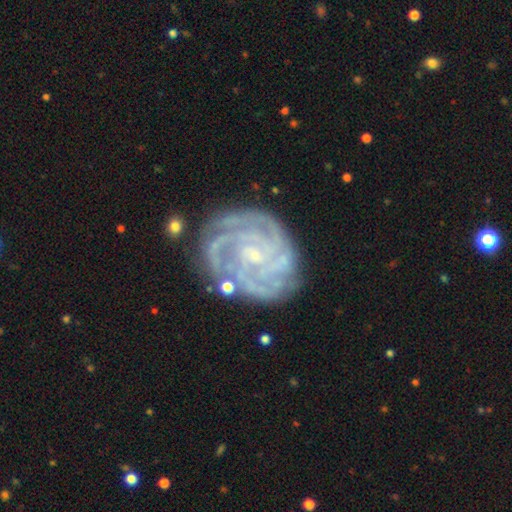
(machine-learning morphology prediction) smooth_or_featured: featured or disk (p=0.89) [alt: star or artifact p=0.06]
disk_edge_on: no (p=0.98) [alt: yes p=0.02]
bar: no (p=0.59) [alt: weak p=0.31]
has_spiral_arms: yes (p=0.98) [alt: no p=0.02]
spiral_winding: tight (p=0.80) [alt: medium p=0.18]
spiral_arm_count: 4 (p=0.31) [alt: 3 p=0.20]
bulge_size: small (p=0.79) [alt: moderate p=0.13]
merging: none (p=0.76) [alt: minor disturbance p=0.16]